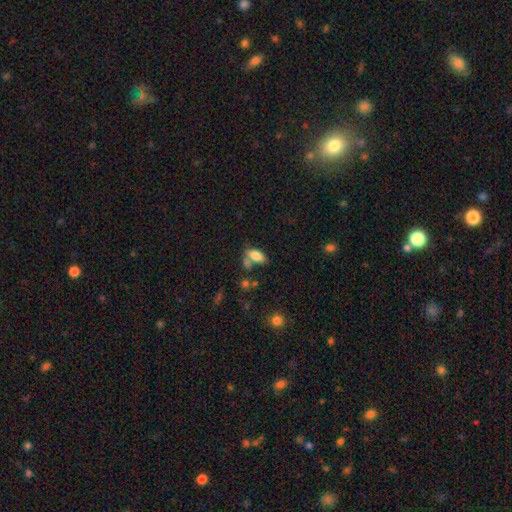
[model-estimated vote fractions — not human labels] This appears to be a smooth galaxy with no disk features (77%) that is in between round and cigar-shaped (86%). Merging: none (51%).